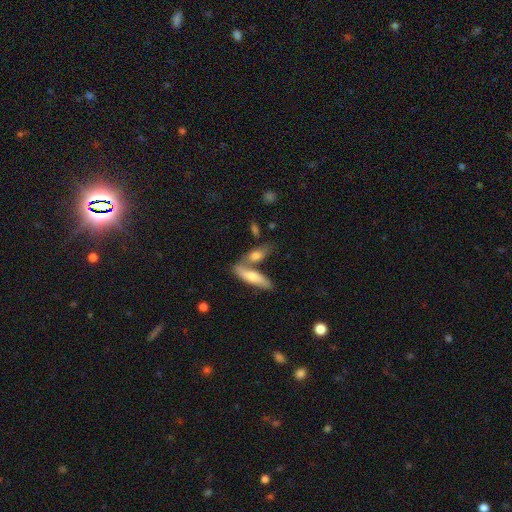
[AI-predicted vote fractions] Smooth or featured? smooth (66%)
How rounded? in between (57%)
Merging? merger (46%)